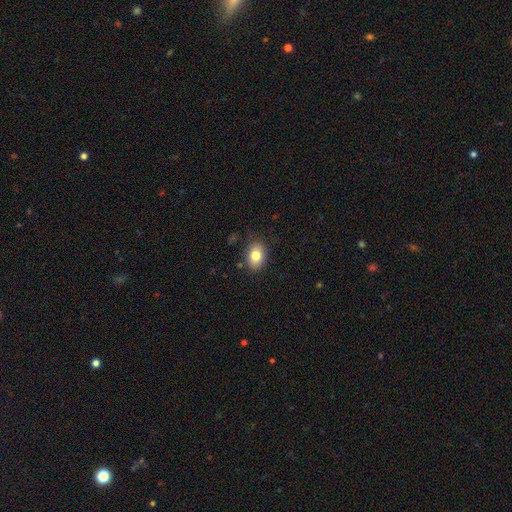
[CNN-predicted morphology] This is likely a smooth galaxy (80%). How rounded: likely in between (76%). Merging: clearly none (84%).